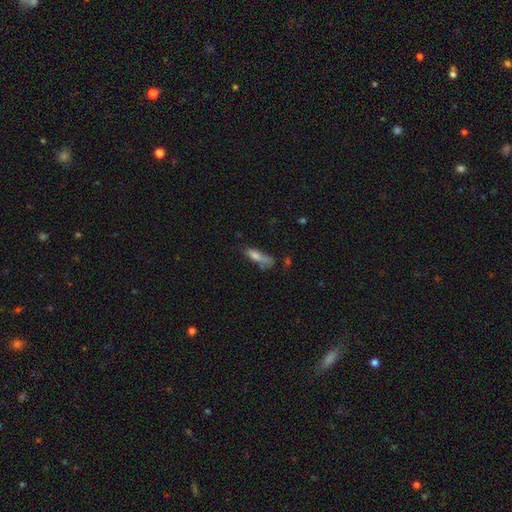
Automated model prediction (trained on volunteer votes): Smooth or featured? Predicted: smooth (p=0.68). How rounded? Predicted: cigar-shaped (p=0.61). Merging? Predicted: none (p=0.42).